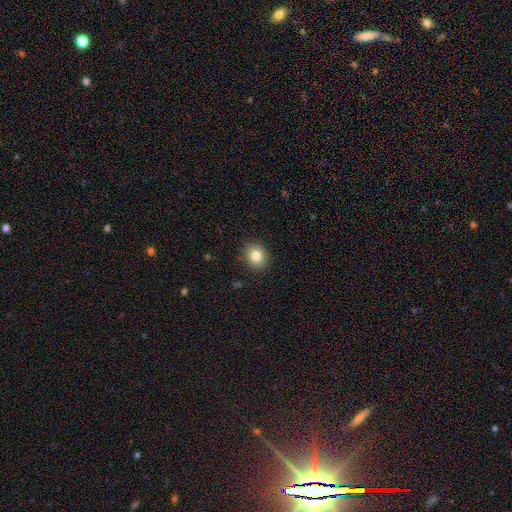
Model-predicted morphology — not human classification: A smooth galaxy with no disk features (82%) that is round (68%). Merging: none (89%).